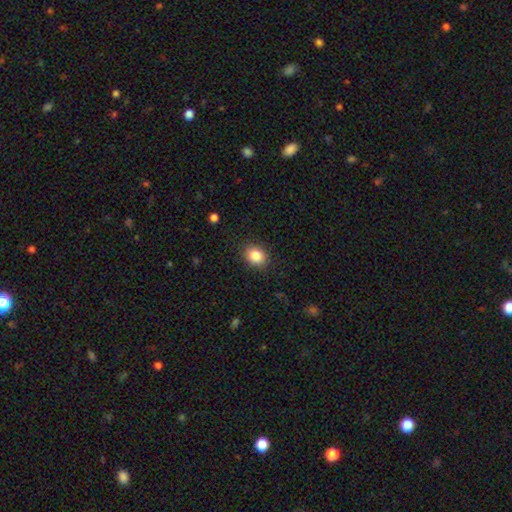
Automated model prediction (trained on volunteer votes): A smooth galaxy with no disk features (85%) that is round (51%).

Vote fractions:
- Smooth or featured? smooth: 85% / star or artifact: 9% / featured or disk: 5%
- How rounded? round: 51% / in between: 49% / cigar-shaped: 1%
- Merging? none: 88% / minor disturbance: 9% / major disturbance: 2% / merger: 1%